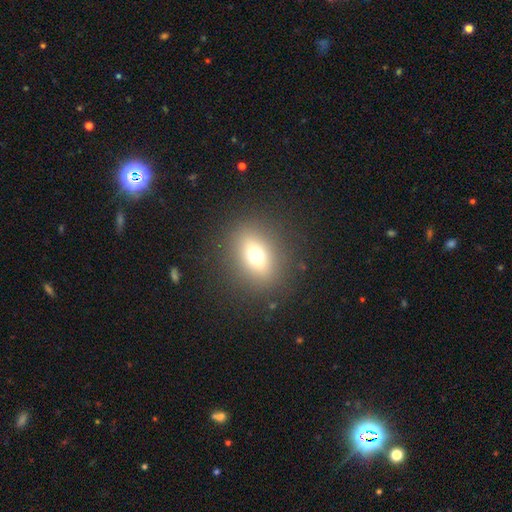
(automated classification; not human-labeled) Smooth or featured? Predicted: smooth (p=0.64). How rounded? Predicted: round (p=0.50). Merging? Predicted: none (p=0.86).